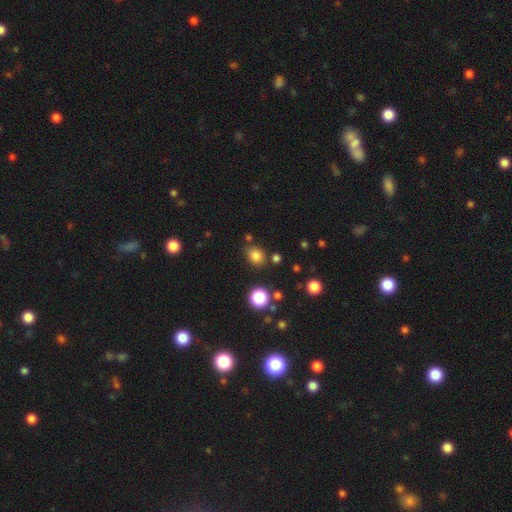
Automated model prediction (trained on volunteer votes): smooth-or-featured: smooth: 80% | star or artifact: 14% | featured or disk: 5%
  how-rounded: round: 56% | in between: 43% | cigar-shaped: 1%
  merging: none: 78% | minor disturbance: 13% | merger: 5% | major disturbance: 4%